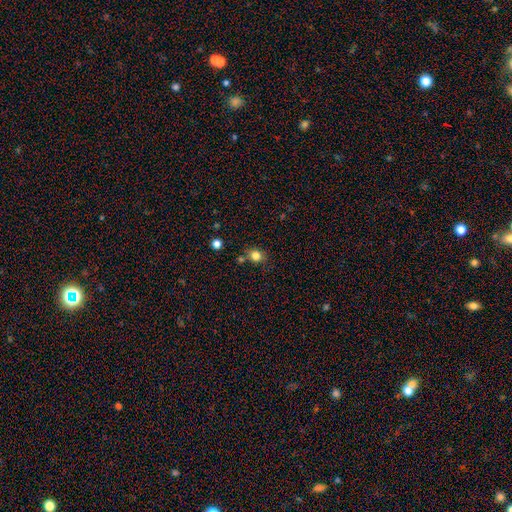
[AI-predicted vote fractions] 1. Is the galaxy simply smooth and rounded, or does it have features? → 81% smooth, 12% star or artifact, 7% featured or disk.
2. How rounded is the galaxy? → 63% round, 36% in between, 1% cigar-shaped.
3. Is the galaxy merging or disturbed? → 66% none, 17% minor disturbance, 12% merger, 5% major disturbance.